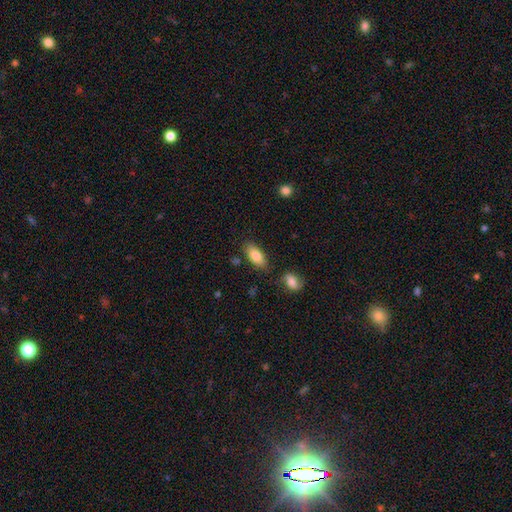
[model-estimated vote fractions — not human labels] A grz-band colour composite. It shows a smooth galaxy with no disk features (85%) that is in between round and cigar-shaped (89%). Merging: none (80%).